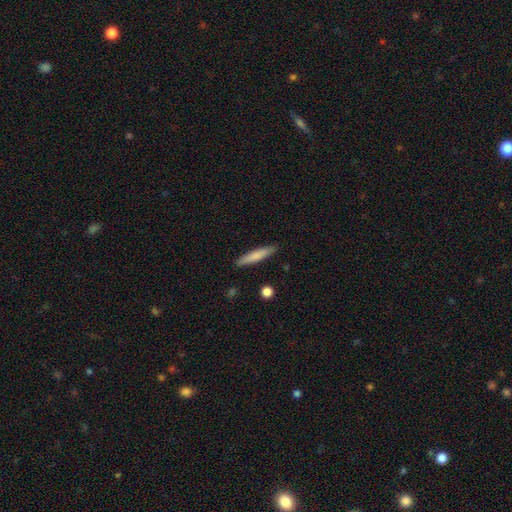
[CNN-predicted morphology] Q: Smooth or featured?
A: smooth (73%); runner-up: featured or disk (21%)
Q: How rounded?
A: cigar-shaped (91%); runner-up: in between (8%)
Q: Merging?
A: none (90%); runner-up: minor disturbance (7%)